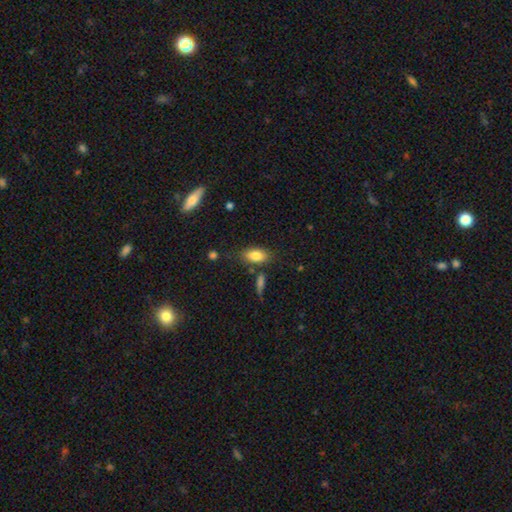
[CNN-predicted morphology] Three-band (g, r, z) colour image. It shows a smooth galaxy with no disk features (83%) that is in between round and cigar-shaped (90%). Merging: none (74%).